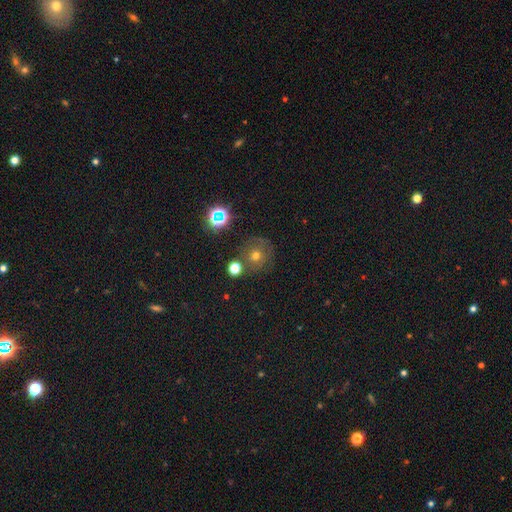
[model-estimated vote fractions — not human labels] Q: Smooth or featured?
A: smooth (56%); runner-up: star or artifact (26%)
Q: How rounded?
A: round (91%); runner-up: in between (8%)
Q: Merging?
A: none (72%); runner-up: minor disturbance (12%)